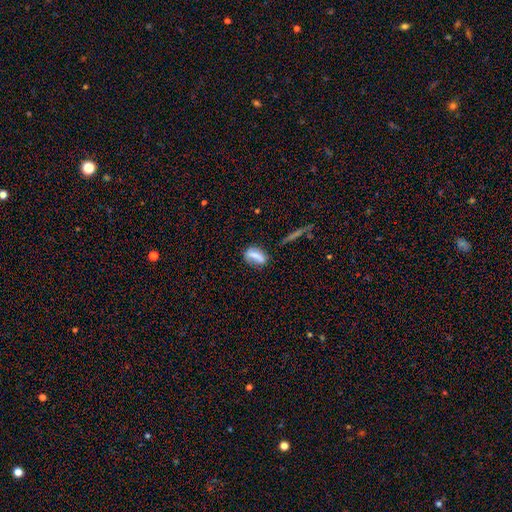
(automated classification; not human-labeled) Morphology: type=smooth (62%); roundness=in between (74%); merging=none (63%).